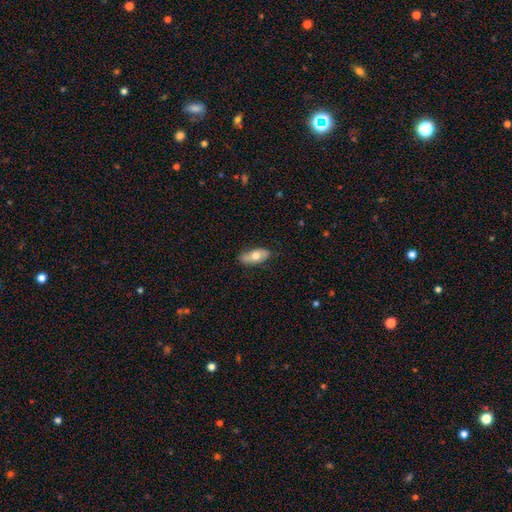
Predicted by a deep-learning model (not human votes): A smooth galaxy with no disk features (63%) that is in between round and cigar-shaped (86%).

Vote fractions:
- Smooth or featured? smooth: 63% / featured or disk: 31% / star or artifact: 6%
- How rounded? in between: 86% / cigar-shaped: 11% / round: 4%
- Merging? none: 81% / minor disturbance: 15% / major disturbance: 3% / merger: 1%